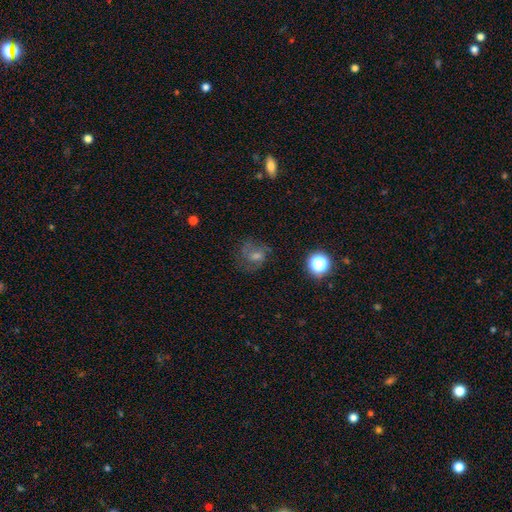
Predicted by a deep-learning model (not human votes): This appears to be a featured or disk galaxy (50%). Merging: none (66%).